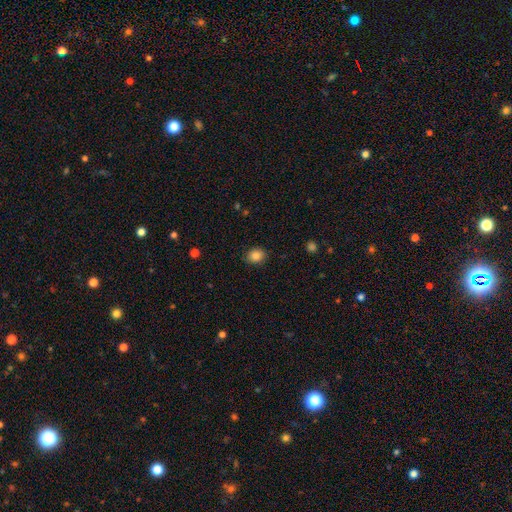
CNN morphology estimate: This appears to be a smooth galaxy with no disk features (86%) that is round (55%). Merging: none (87%).